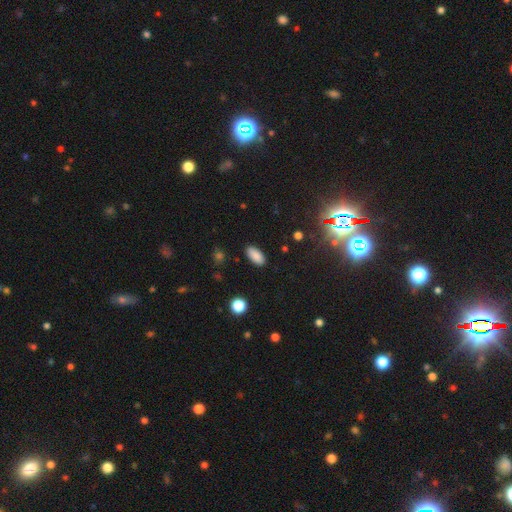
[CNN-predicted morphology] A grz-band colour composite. It shows a smooth galaxy with no disk features (86%) that is in between round and cigar-shaped (90%). Merging: none (88%).